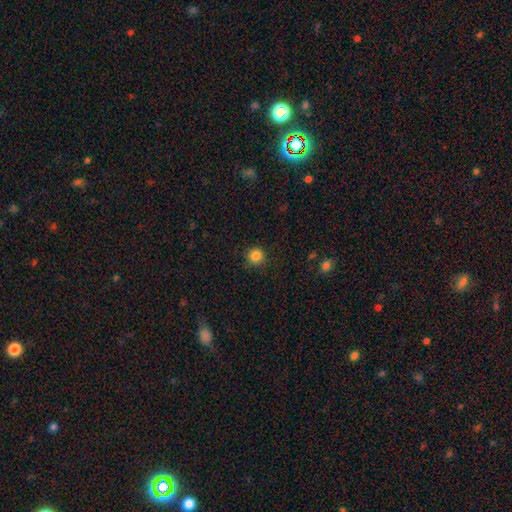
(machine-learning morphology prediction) This is clearly a smooth galaxy (85%). How rounded: clearly round (94%). Merging: clearly none (87%).